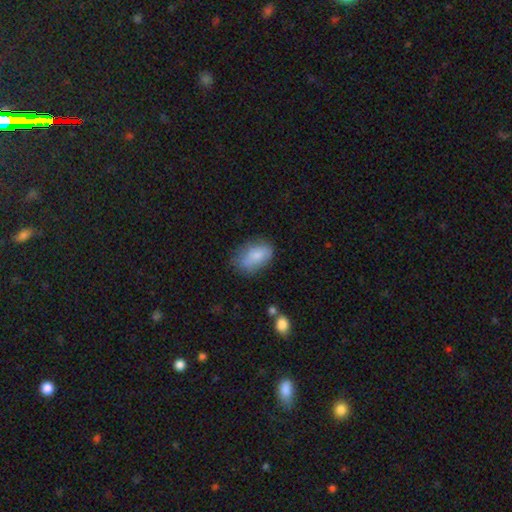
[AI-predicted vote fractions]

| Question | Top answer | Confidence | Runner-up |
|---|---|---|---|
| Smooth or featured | smooth | 80% | featured or disk (13%) |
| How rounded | in between | 89% | round (8%) |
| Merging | none | 59% | minor disturbance (28%) |